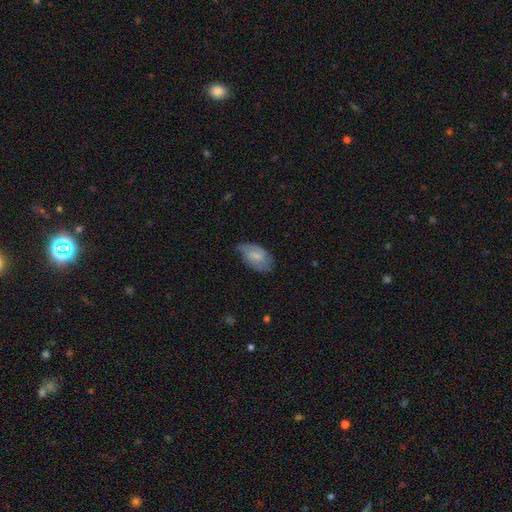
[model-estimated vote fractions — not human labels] Smooth or featured? smooth (58%)
How rounded? in between (92%)
Merging? none (50%)